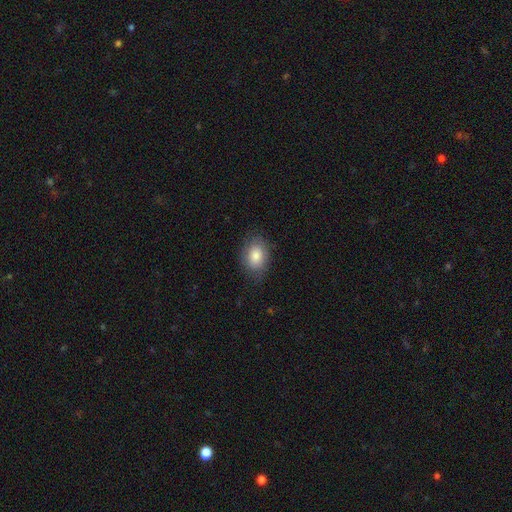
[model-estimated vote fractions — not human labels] A smooth galaxy with no disk features (81%) that is in between round and cigar-shaped (81%).

Vote fractions:
- Smooth or featured? smooth: 81% / featured or disk: 11% / star or artifact: 7%
- How rounded? in between: 81% / round: 17% / cigar-shaped: 1%
- Merging? none: 78% / minor disturbance: 17% / major disturbance: 4% / merger: 1%